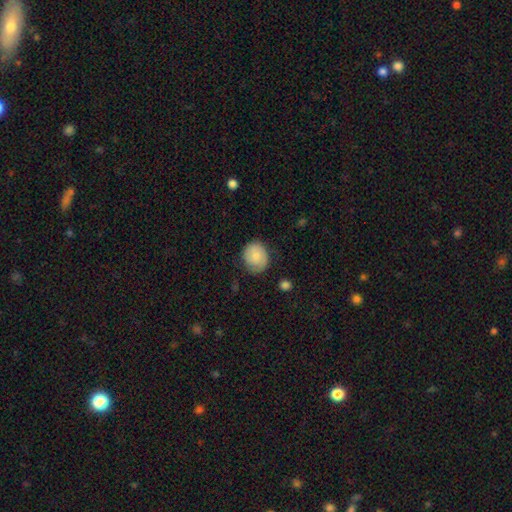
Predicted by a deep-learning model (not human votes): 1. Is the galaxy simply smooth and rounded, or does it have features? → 78% smooth, 15% featured or disk, 7% star or artifact.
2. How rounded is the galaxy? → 72% round, 27% in between, 1% cigar-shaped.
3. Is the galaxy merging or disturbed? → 70% none, 23% minor disturbance, 6% major disturbance, 1% merger.